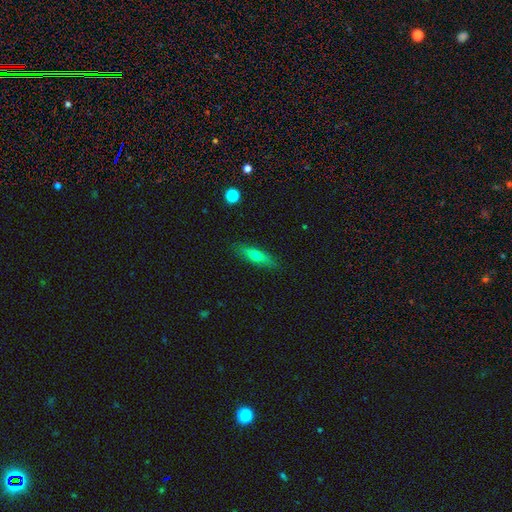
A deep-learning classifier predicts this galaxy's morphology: Smooth or featured?
  - smooth: 59% *
  - featured or disk: 34%
  - star or artifact: 7%
How rounded?
  - cigar-shaped: 65% *
  - in between: 32%
  - round: 3%
Merging?
  - none: 85% *
  - minor disturbance: 11%
  - major disturbance: 2%
  - merger: 1%